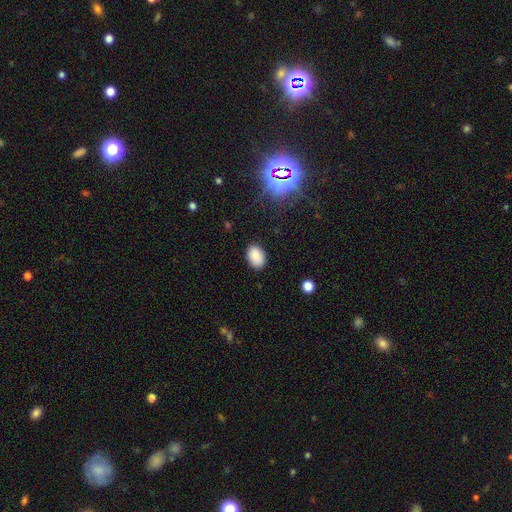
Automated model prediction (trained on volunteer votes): A smooth galaxy with no disk features (86%) that is in between round and cigar-shaped (84%).

Vote fractions:
- Smooth or featured? smooth: 86% / star or artifact: 10% / featured or disk: 5%
- How rounded? in between: 84% / round: 15% / cigar-shaped: 1%
- Merging? none: 86% / minor disturbance: 10% / major disturbance: 2% / merger: 1%